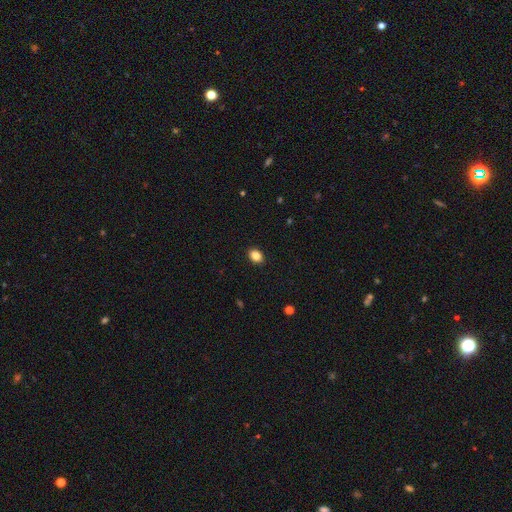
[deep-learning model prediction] The model was most divided on "how rounded": in between: 68%, round: 31%, cigar-shaped: 1%. More confident: merging — none (91%); smooth or featured — smooth (86%).